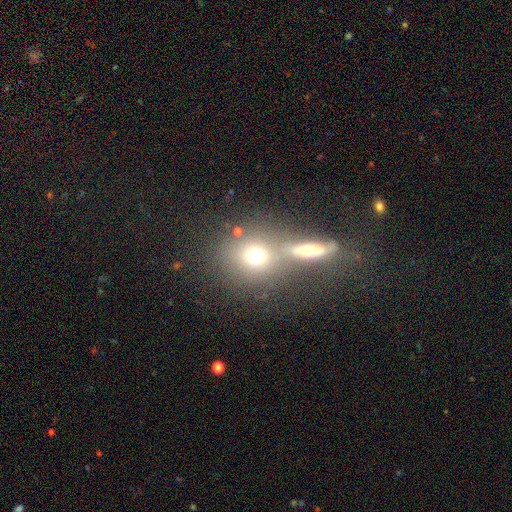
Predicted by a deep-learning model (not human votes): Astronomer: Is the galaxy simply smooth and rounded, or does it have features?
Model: smooth — 68%.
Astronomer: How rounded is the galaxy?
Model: round — 71%.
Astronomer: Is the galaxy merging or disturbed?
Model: none — 45% (runner-up: merger, 40%).